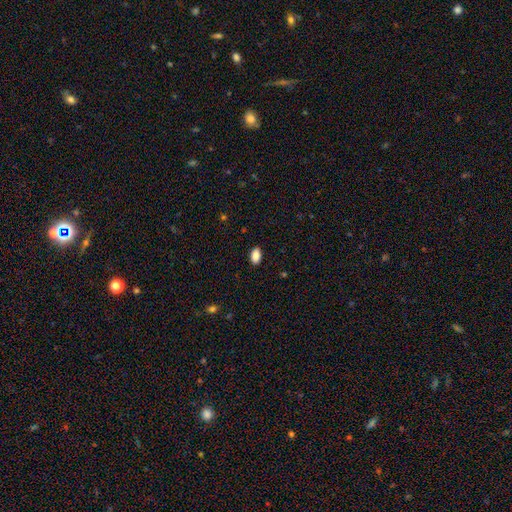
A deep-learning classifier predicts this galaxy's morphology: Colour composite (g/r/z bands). It shows a smooth galaxy with no disk features (89%) that is in between round and cigar-shaped (92%). Merging: none (89%).